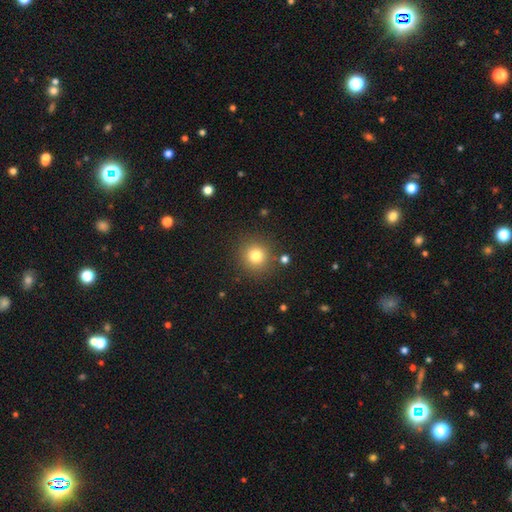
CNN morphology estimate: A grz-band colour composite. It shows a smooth galaxy with no disk features (79%) that is round (93%). Merging: none (87%).